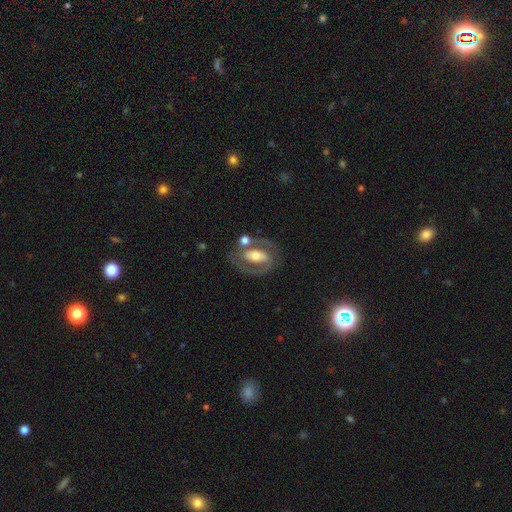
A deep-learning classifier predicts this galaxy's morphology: featured or disk 75%, smooth 19%, star or artifact 6%. Down the decision tree: edge-on disk — no (95%); bar — strong (41%); spiral arms — yes (70%); bulge size — moderate (61%); merging — none (62%).